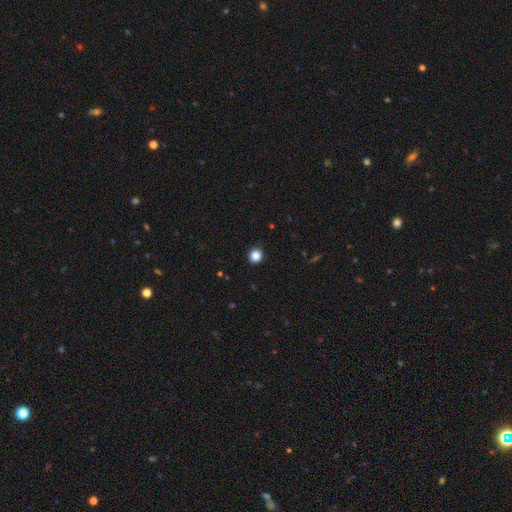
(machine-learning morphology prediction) This appears to be a smooth galaxy with no disk features (86%) that is round (93%). Merging: none (93%).